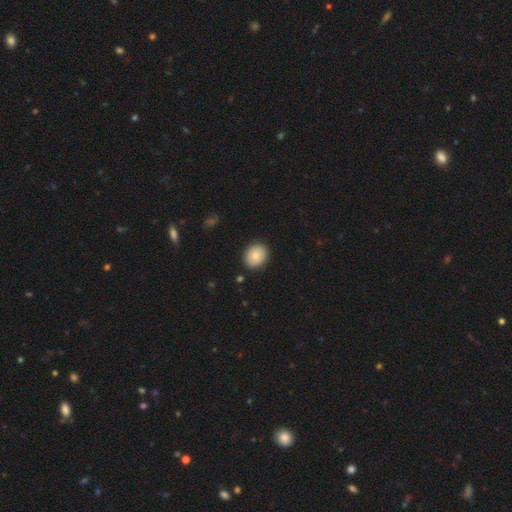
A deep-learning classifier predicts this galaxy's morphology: Smooth or featured?
  - smooth: 84% *
  - featured or disk: 9%
  - star or artifact: 7%
How rounded?
  - round: 66% *
  - in between: 33%
  - cigar-shaped: 1%
Merging?
  - none: 89% *
  - minor disturbance: 8%
  - major disturbance: 2%
  - merger: 1%